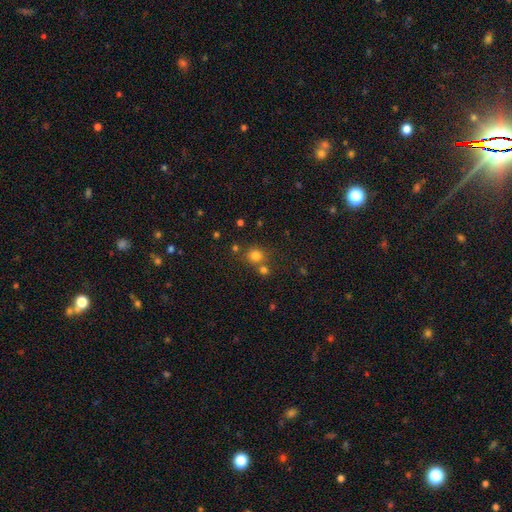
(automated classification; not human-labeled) Overall: smooth (78%). How rounded: round (84%). Merging: none (65%).